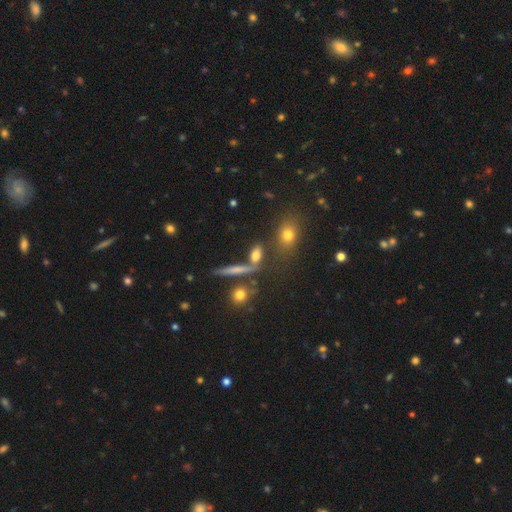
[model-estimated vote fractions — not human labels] Smooth or featured: smooth — 62% (featured or disk — 21%)
How rounded: in between — 40% (cigar-shaped — 39%)
Merging: none — 61% (merger — 19%)